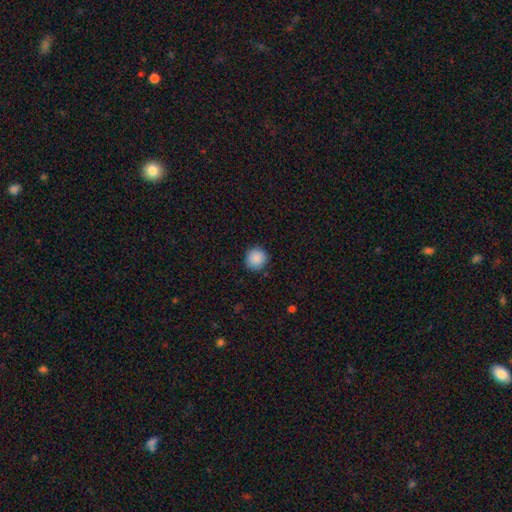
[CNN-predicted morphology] type=smooth (89%); roundness=round (94%); merging=none (90%).